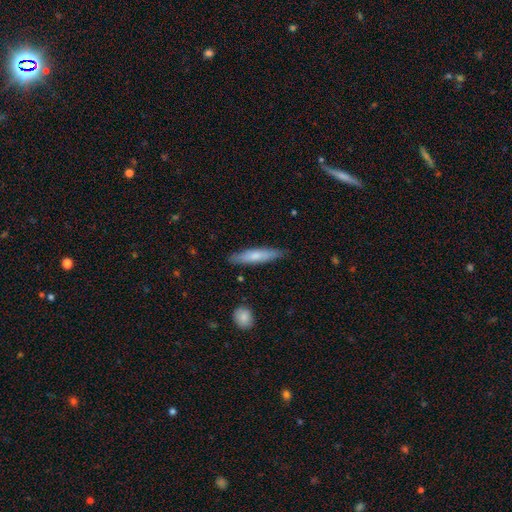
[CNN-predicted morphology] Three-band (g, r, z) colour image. It shows a smooth galaxy with no disk features (65%) that is cigar-shaped (81%). Merging: none (83%).